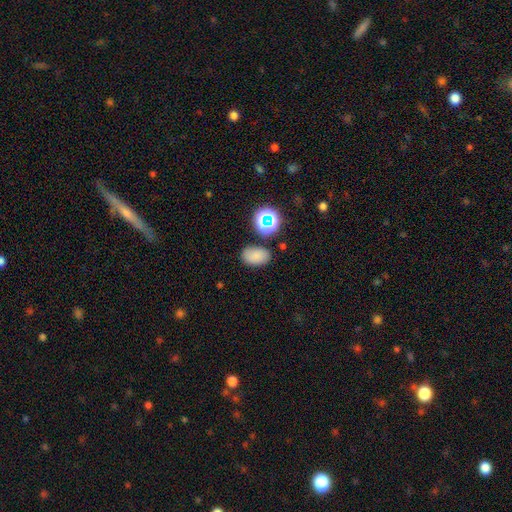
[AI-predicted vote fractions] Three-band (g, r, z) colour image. It shows a smooth galaxy with no disk features (76%) that is in between round and cigar-shaped (84%). Merging: none (78%).